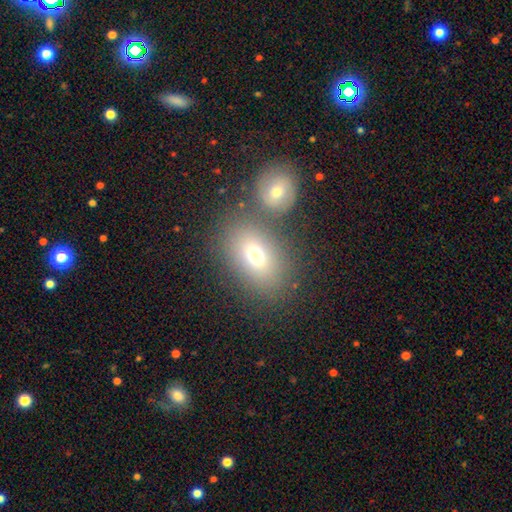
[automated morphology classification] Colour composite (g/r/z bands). It shows a smooth galaxy with no disk features (64%) that is in between round and cigar-shaped (77%). Merging: none (63%).